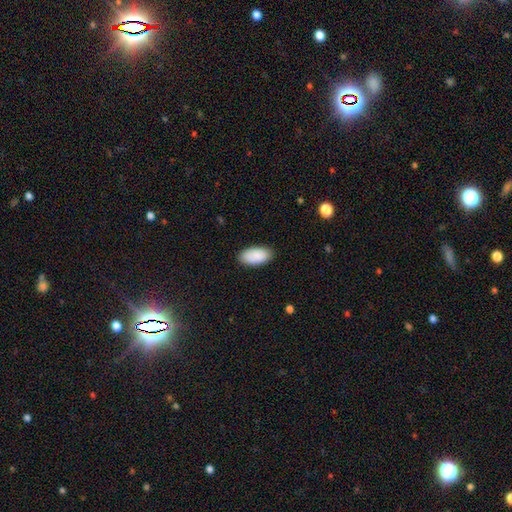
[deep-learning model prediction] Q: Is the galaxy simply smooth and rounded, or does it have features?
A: smooth — 88%.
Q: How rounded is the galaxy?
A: in between — 95%.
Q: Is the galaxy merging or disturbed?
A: none — 85%.